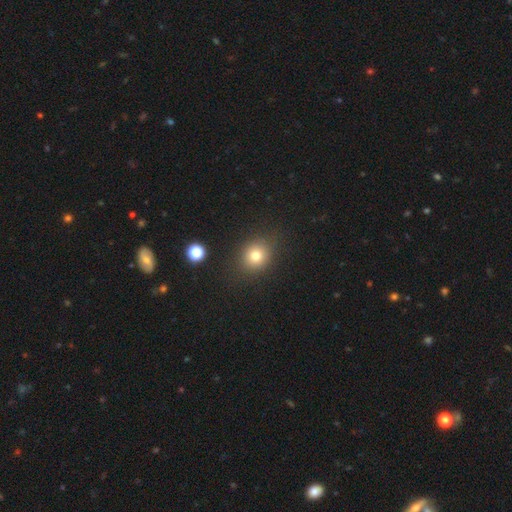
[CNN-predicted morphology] This is likely a smooth galaxy (77%). How rounded: likely round (78%). Merging: clearly none (84%).